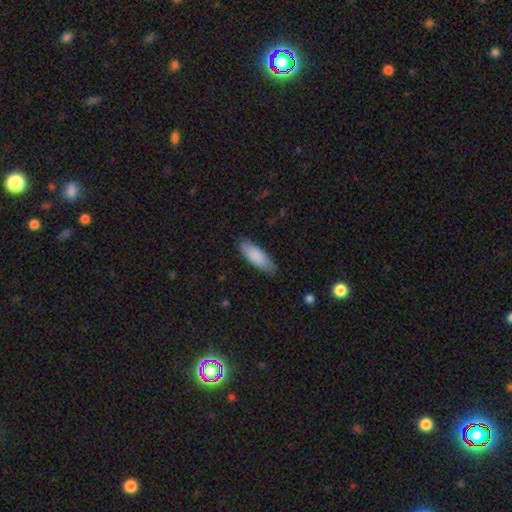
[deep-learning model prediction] Overall: smooth (86%). How rounded: in between (64%; cigar-shaped 34%). Merging: none (82%).